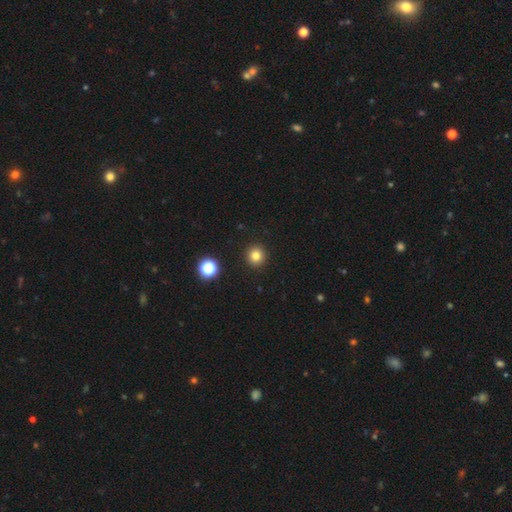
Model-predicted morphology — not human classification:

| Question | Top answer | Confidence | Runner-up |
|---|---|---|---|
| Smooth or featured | smooth | 81% | star or artifact (13%) |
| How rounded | round | 95% | in between (4%) |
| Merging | none | 93% | minor disturbance (4%) |